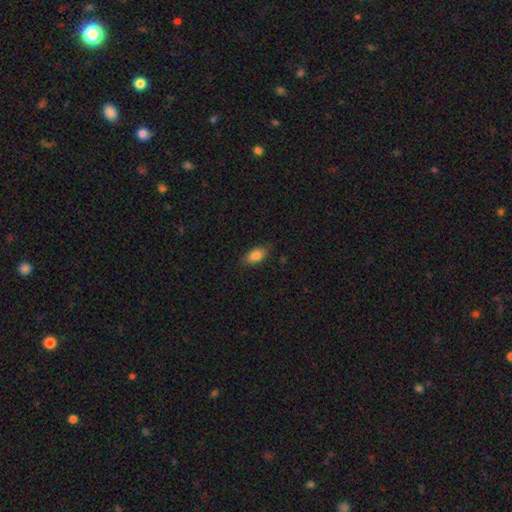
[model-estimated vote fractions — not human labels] Smooth or featured? smooth (84%)
How rounded? in between (88%)
Merging? none (80%)